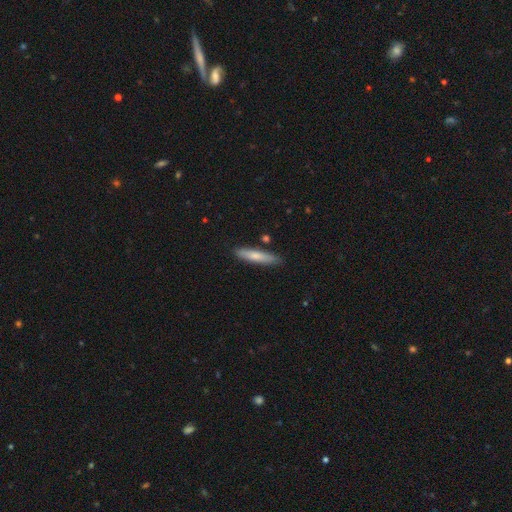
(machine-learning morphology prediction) A smooth galaxy with no disk features (72%) that is cigar-shaped (87%).

Vote fractions:
- Smooth or featured? smooth: 72% / featured or disk: 22% / star or artifact: 6%
- How rounded? cigar-shaped: 87% / in between: 11% / round: 1%
- Merging? none: 85% / minor disturbance: 11% / merger: 3% / major disturbance: 2%